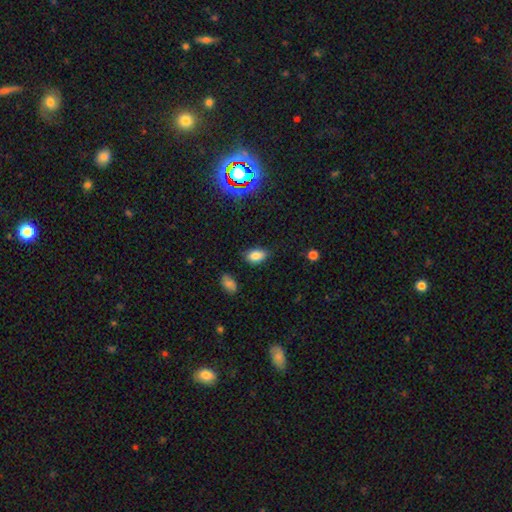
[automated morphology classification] A smooth galaxy with no disk features (80%) that is in between round and cigar-shaped (88%). Merging: none (76%).